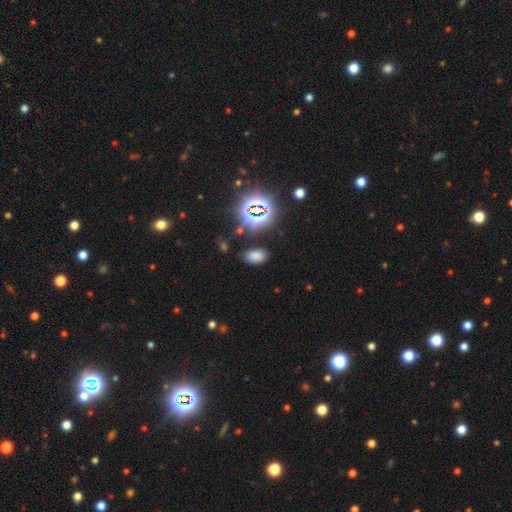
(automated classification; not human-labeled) Morphology: type=smooth (67%); roundness=in between (88%); merging=none (81%).